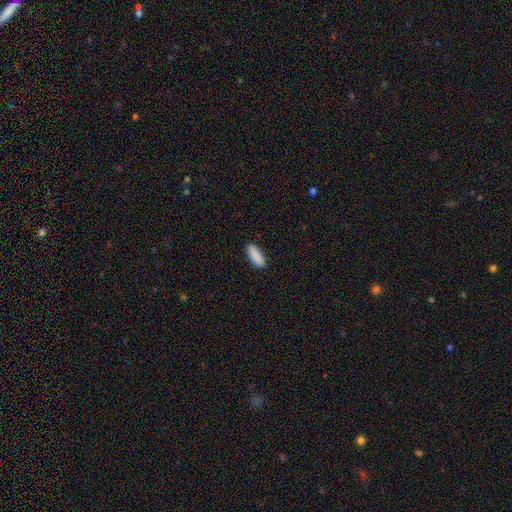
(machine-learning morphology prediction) smooth-or-featured: smooth: 90% | star or artifact: 6% | featured or disk: 4%
  how-rounded: in between: 64% | cigar-shaped: 35% | round: 2%
  merging: none: 88% | minor disturbance: 9% | major disturbance: 2% | merger: 1%